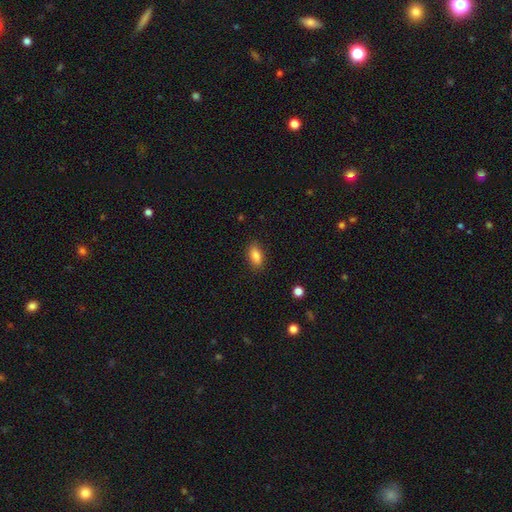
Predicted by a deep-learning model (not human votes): Smooth or featured? smooth (85%)
How rounded? in between (86%)
Merging? none (85%)